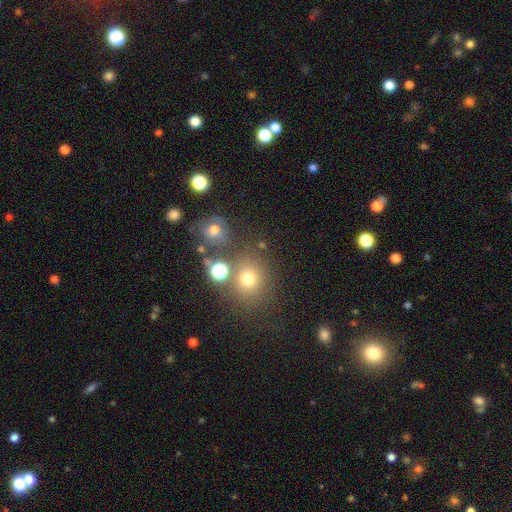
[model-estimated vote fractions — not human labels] Smooth or featured?
  - smooth: 55% *
  - star or artifact: 35%
  - featured or disk: 10%
How rounded?
  - round: 83% *
  - in between: 16%
  - cigar-shaped: 1%
Merging?
  - none: 71% *
  - merger: 17%
  - minor disturbance: 8%
  - major disturbance: 4%